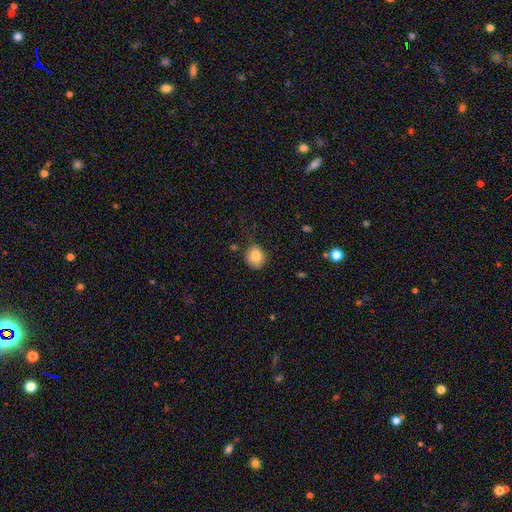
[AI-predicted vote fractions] Overall: smooth (84%). How rounded: round (75%). Merging: none (64%; minor disturbance 26%).